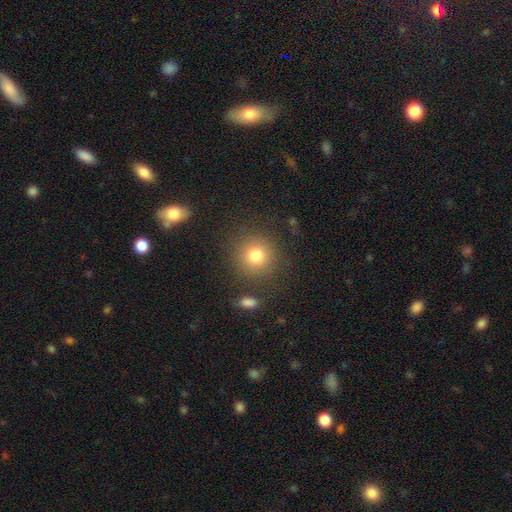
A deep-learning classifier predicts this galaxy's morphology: Smooth or featured? smooth (79%)
How rounded? round (91%)
Merging? none (85%)